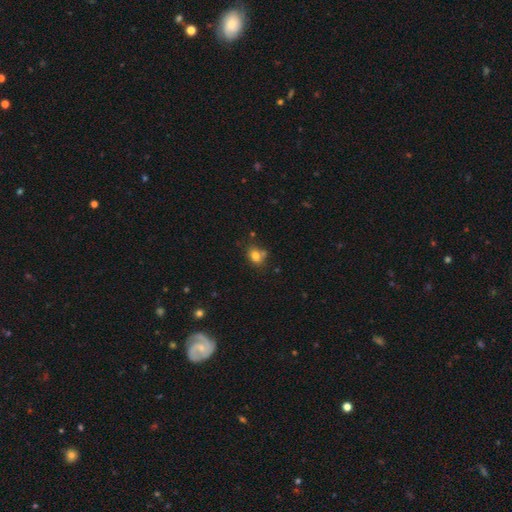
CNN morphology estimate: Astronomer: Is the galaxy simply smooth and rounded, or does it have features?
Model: smooth — 79%.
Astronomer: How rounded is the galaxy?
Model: in between — 53% (runner-up: round, 46%).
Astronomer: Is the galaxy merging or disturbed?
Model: none — 62%.